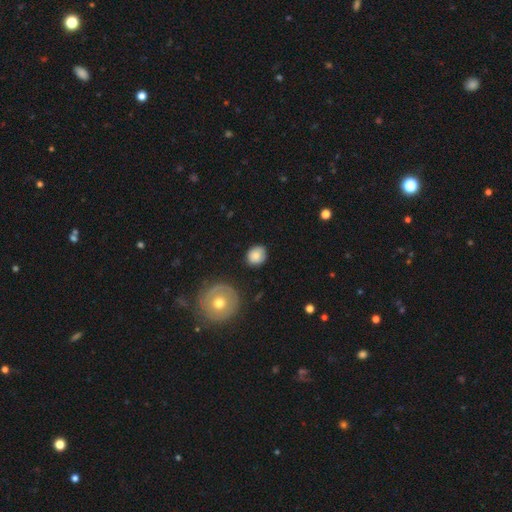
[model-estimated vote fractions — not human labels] A smooth galaxy with no disk features (79%) that is round (76%).

Vote fractions:
- Smooth or featured? smooth: 79% / featured or disk: 13% / star or artifact: 8%
- How rounded? round: 76% / in between: 23% / cigar-shaped: 1%
- Merging? none: 81% / minor disturbance: 14% / major disturbance: 3% / merger: 2%